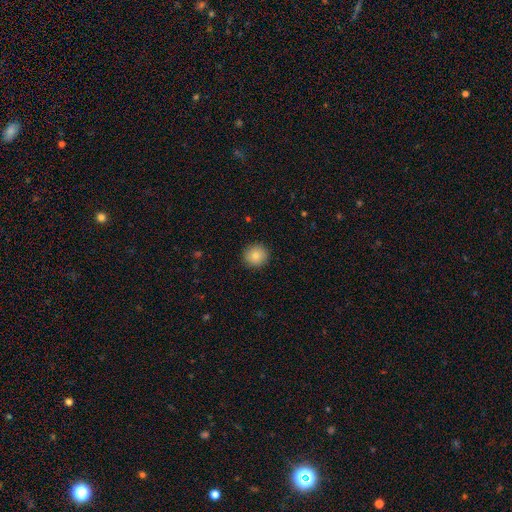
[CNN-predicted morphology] Smooth or featured?
  - smooth: 82% *
  - star or artifact: 10%
  - featured or disk: 8%
How rounded?
  - round: 93% *
  - in between: 6%
  - cigar-shaped: 1%
Merging?
  - none: 91% *
  - minor disturbance: 6%
  - major disturbance: 2%
  - merger: 1%